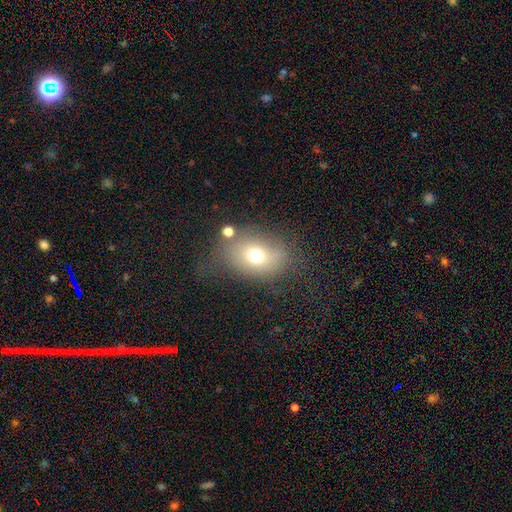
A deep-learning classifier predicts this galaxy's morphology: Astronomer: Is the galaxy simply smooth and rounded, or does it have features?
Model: smooth — 66%.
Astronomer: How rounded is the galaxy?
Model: in between — 62%.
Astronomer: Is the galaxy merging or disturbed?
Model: none — 53%.